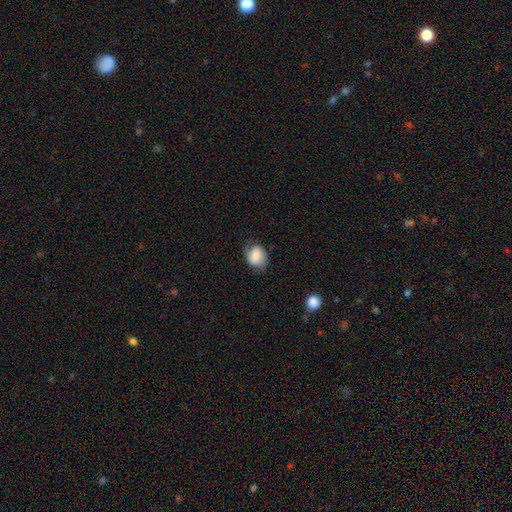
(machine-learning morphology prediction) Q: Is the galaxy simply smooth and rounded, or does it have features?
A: smooth — 70%.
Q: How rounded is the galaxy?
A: in between — 52%.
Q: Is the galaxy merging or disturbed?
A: none — 64%.